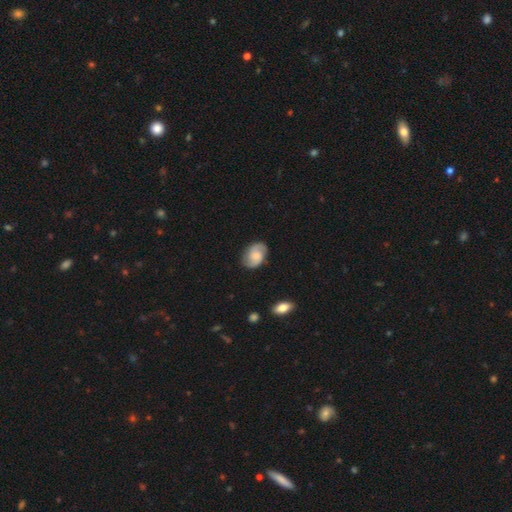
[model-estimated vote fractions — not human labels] This appears to be a featured or disk galaxy (58%) with no bar (59%), 2 (88%) medium (47%) spiral arms (93%) and a moderate central bulge (36%). Merging: none (82%).